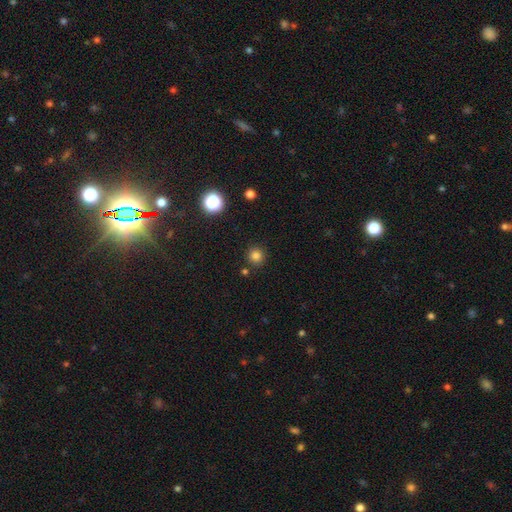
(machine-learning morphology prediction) smooth-or-featured: smooth: 81% | star or artifact: 15% | featured or disk: 5%
  how-rounded: round: 94% | in between: 6% | cigar-shaped: 1%
  merging: none: 88% | minor disturbance: 7% | merger: 4% | major disturbance: 2%